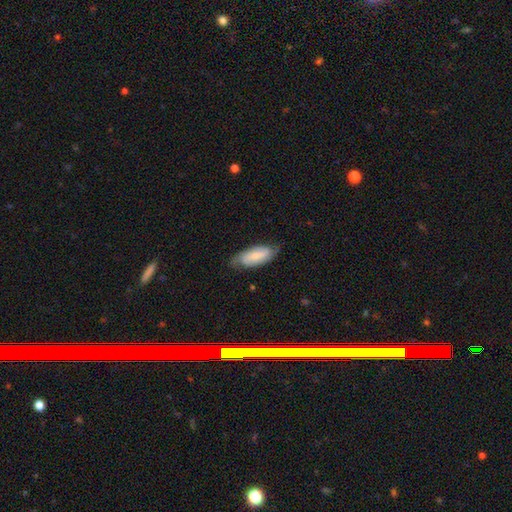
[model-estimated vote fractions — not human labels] smooth-or-featured: smooth: 52% | featured or disk: 42% | star or artifact: 6%
  how-rounded: in between: 80% | cigar-shaped: 18% | round: 2%
  merging: none: 71% | minor disturbance: 22% | major disturbance: 5% | merger: 1%